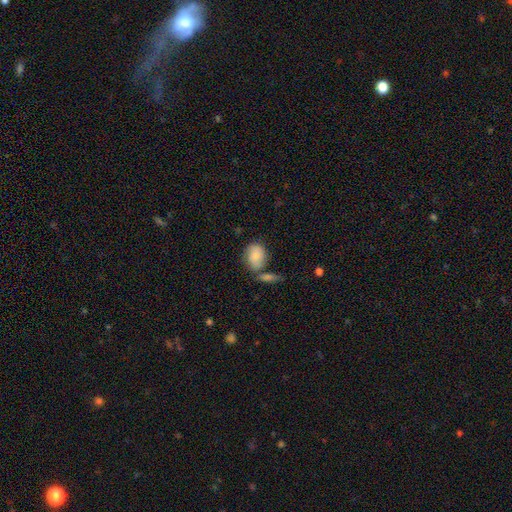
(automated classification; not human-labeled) This is likely a smooth galaxy (77%). How rounded: likely in between (66%). Merging: possibly none (47%).